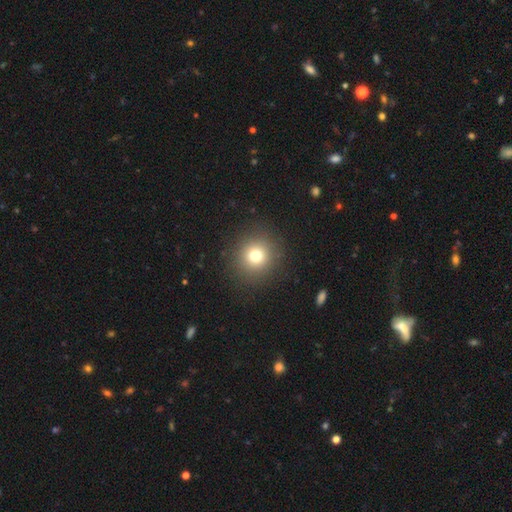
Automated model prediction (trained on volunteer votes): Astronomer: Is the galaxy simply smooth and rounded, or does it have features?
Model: smooth — 76%.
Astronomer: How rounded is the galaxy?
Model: round — 91%.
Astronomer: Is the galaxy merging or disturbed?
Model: none — 90%.